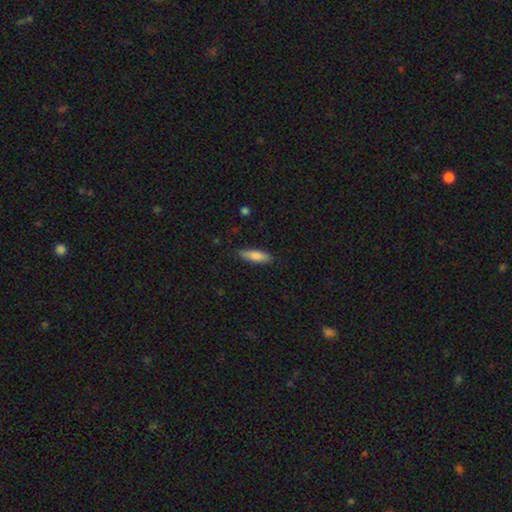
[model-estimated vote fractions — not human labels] smooth-or-featured: smooth: 83% | featured or disk: 11% | star or artifact: 6%
  how-rounded: cigar-shaped: 50% | in between: 48% | round: 2%
  merging: none: 85% | minor disturbance: 11% | major disturbance: 2% | merger: 1%